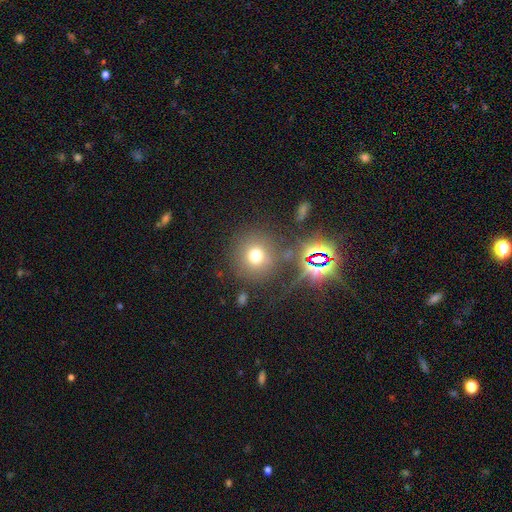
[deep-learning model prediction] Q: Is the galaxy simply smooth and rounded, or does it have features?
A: smooth — 66%.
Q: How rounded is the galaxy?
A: round — 91%.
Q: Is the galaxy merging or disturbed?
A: none — 78%.